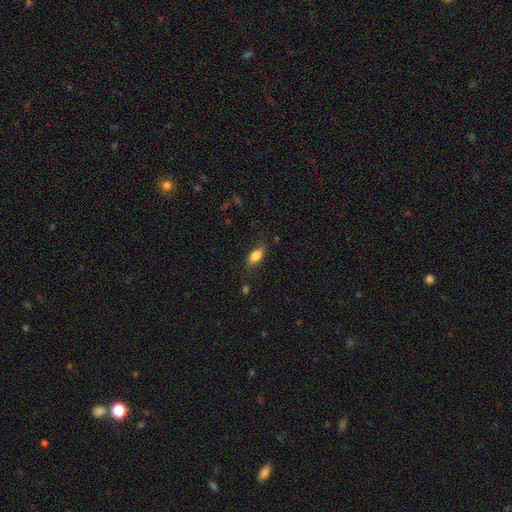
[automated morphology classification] Smooth or featured? Predicted: smooth (p=0.81). How rounded? Predicted: in between (p=0.84). Merging? Predicted: none (p=0.73).